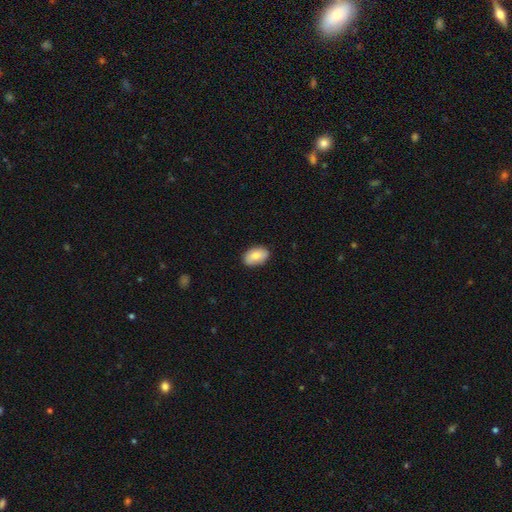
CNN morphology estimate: This is clearly a smooth galaxy (83%). How rounded: clearly in between (91%). Merging: clearly none (84%).